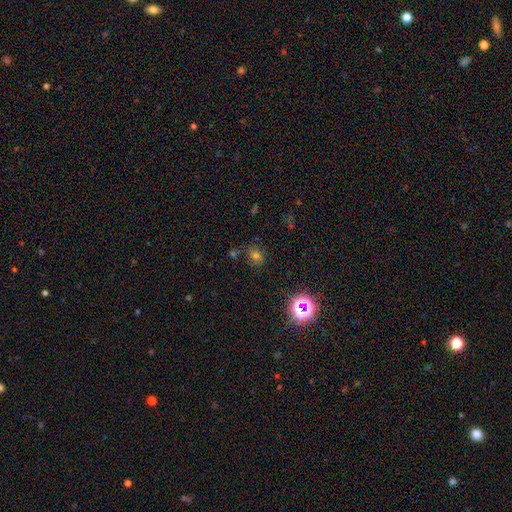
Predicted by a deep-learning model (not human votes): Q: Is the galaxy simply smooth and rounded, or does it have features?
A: smooth — 61%.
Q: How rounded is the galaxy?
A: round — 62%.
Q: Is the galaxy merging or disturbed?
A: none — 73%.